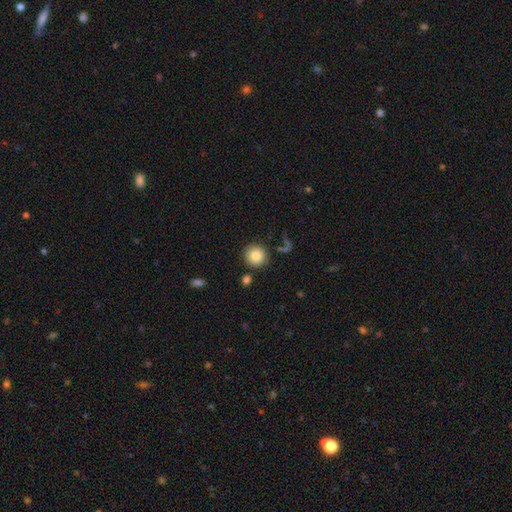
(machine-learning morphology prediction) The model was most divided on "smooth or featured": smooth: 84%, star or artifact: 9%, featured or disk: 7%. More confident: how rounded — round (92%); merging — none (86%).